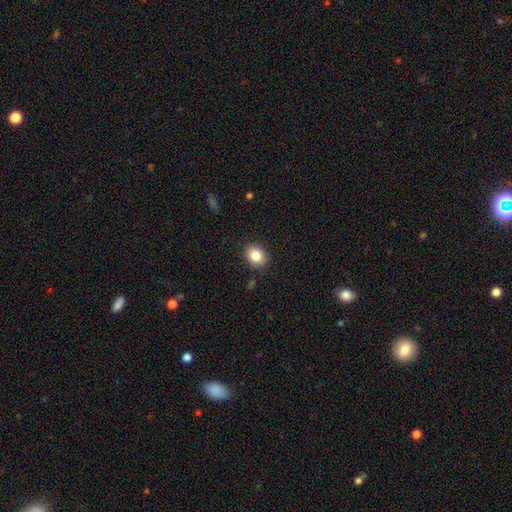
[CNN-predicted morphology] This is clearly a smooth galaxy (85%). How rounded: possibly round (51%). Merging: clearly none (88%).